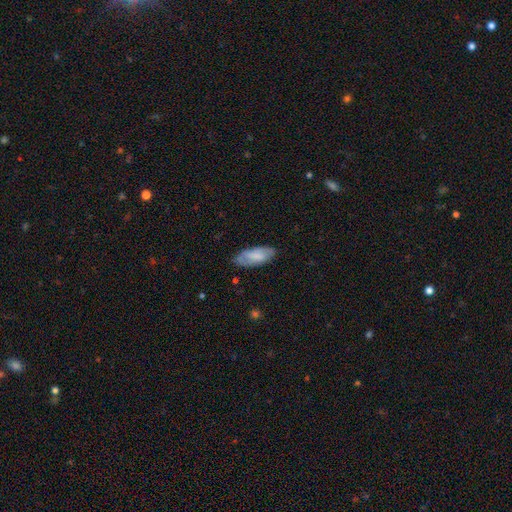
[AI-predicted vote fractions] This is likely a smooth galaxy (68%). How rounded: clearly in between (84%). Merging: likely none (78%).